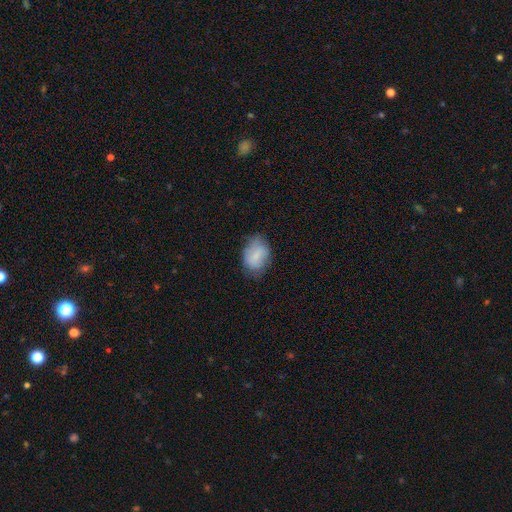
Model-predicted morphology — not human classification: Smooth or featured? smooth (75%)
How rounded? in between (75%)
Merging? none (63%)